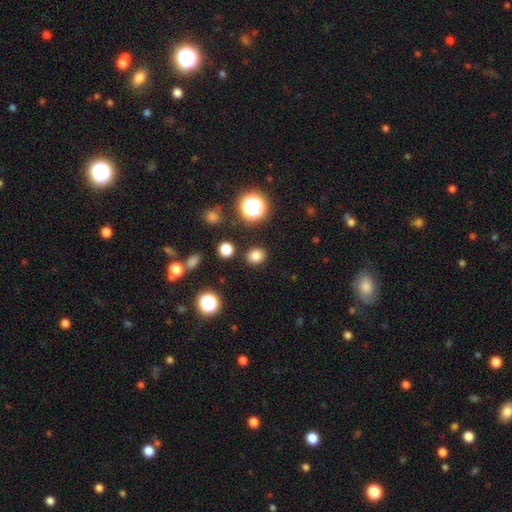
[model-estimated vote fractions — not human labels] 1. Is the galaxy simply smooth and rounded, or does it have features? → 80% smooth, 15% star or artifact, 5% featured or disk.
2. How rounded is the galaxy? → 63% round, 36% in between, 1% cigar-shaped.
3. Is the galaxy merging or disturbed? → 87% none, 8% minor disturbance, 3% major disturbance, 3% merger.